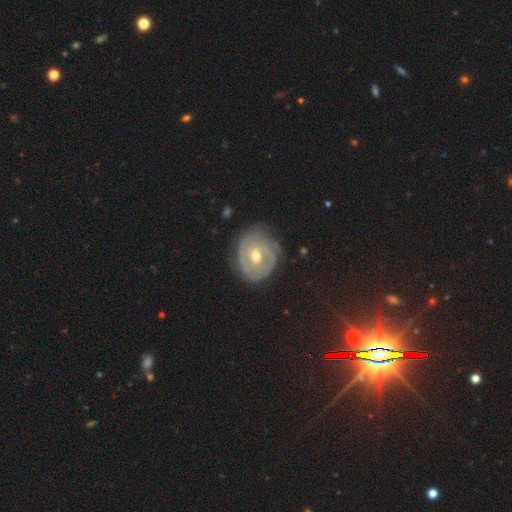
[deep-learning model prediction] Smooth or featured? featured or disk (79%)
Edge-on disk? no (97%)
Bar? no (51%)
Spiral arms? yes (85%)
Spiral winding? tight (72%)
Spiral arm count? can't tell (39%)
Bulge size? moderate (65%)
Merging? none (65%)